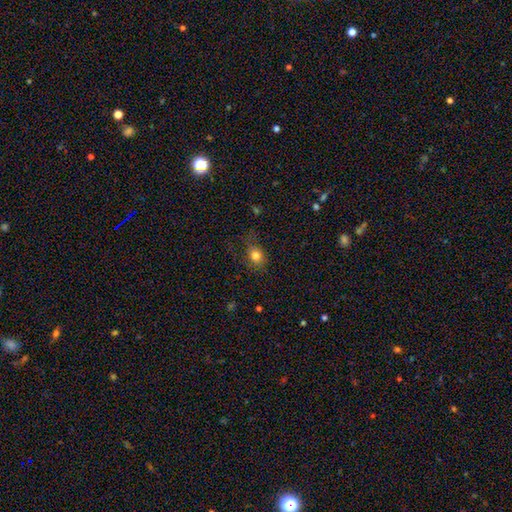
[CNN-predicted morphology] smooth 80%, star or artifact 12%, featured or disk 8%. Down the decision tree: how rounded — round (52%); merging — none (68%).